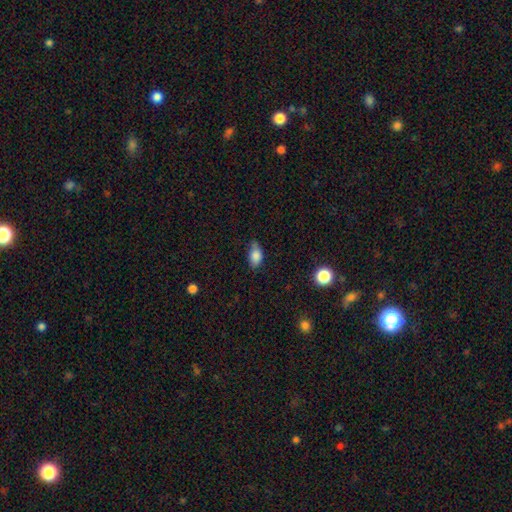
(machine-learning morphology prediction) smooth-or-featured: smooth: 83% | star or artifact: 9% | featured or disk: 8%
  how-rounded: in between: 88% | round: 9% | cigar-shaped: 3%
  merging: none: 55% | minor disturbance: 36% | major disturbance: 7% | merger: 2%